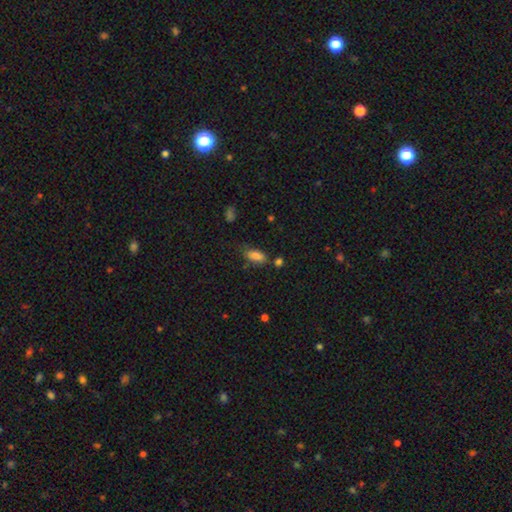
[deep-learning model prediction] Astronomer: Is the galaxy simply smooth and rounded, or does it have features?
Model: smooth — 84%.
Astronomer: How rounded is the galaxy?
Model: in between — 89%.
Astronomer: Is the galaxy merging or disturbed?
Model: none — 59%.